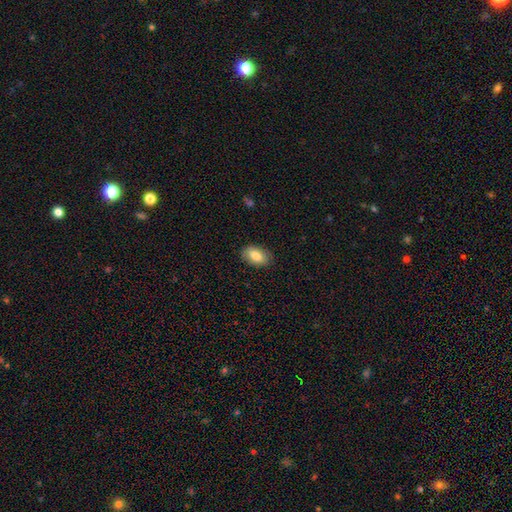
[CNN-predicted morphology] A smooth galaxy with no disk features (82%) that is in between round and cigar-shaped (92%).

Vote fractions:
- Smooth or featured? smooth: 82% / featured or disk: 11% / star or artifact: 7%
- How rounded? in between: 92% / round: 6% / cigar-shaped: 2%
- Merging? none: 86% / minor disturbance: 11% / major disturbance: 2% / merger: 1%